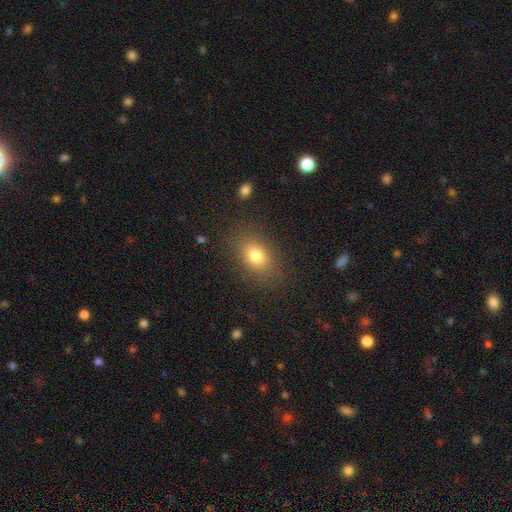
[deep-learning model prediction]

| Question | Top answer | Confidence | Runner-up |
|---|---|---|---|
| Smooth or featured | smooth | 79% | star or artifact (11%) |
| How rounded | in between | 76% | round (23%) |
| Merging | none | 84% | minor disturbance (10%) |